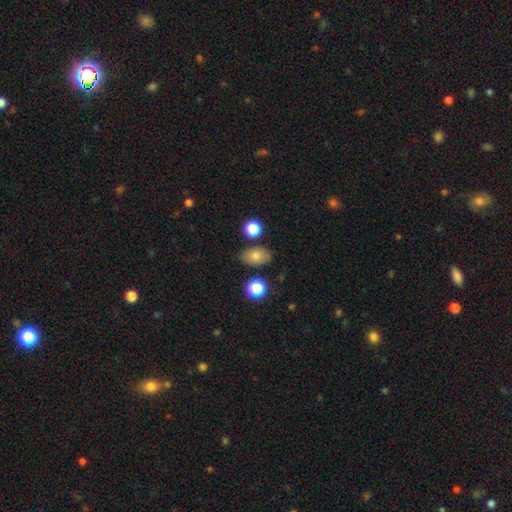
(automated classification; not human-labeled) Smooth or featured?
  - smooth: 77% *
  - featured or disk: 12%
  - star or artifact: 11%
How rounded?
  - in between: 85% *
  - round: 13%
  - cigar-shaped: 2%
Merging?
  - none: 80% *
  - minor disturbance: 12%
  - merger: 5%
  - major disturbance: 3%